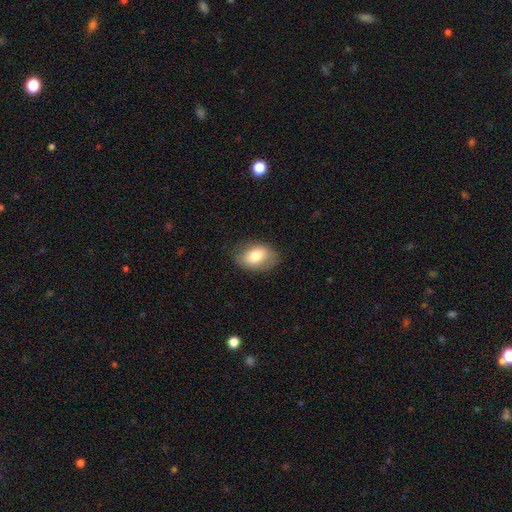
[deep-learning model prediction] Q: Smooth or featured?
A: smooth (74%); runner-up: featured or disk (19%)
Q: How rounded?
A: in between (80%); runner-up: round (19%)
Q: Merging?
A: none (78%); runner-up: minor disturbance (16%)